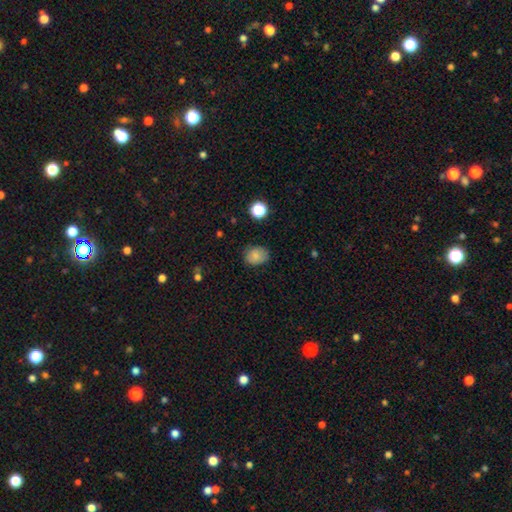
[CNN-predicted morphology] A smooth galaxy with no disk features (83%) that is in between round and cigar-shaped (51%).

Vote fractions:
- Smooth or featured? smooth: 83% / star or artifact: 10% / featured or disk: 7%
- How rounded? in between: 51% / round: 48% / cigar-shaped: 1%
- Merging? none: 78% / minor disturbance: 17% / major disturbance: 4% / merger: 1%